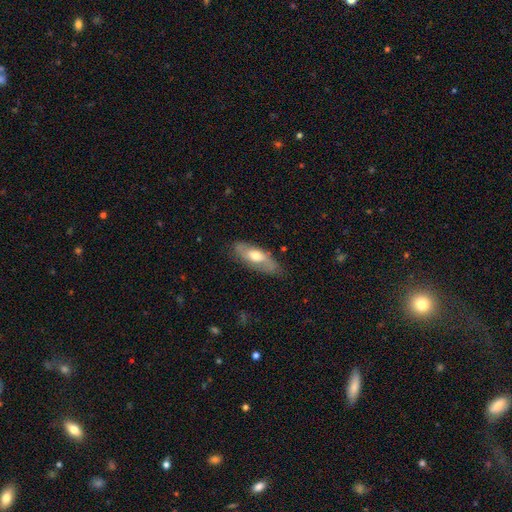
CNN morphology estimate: Overall: smooth (53%; featured or disk 42%). How rounded: in between (66%; cigar-shaped 31%). Merging: none (72%).